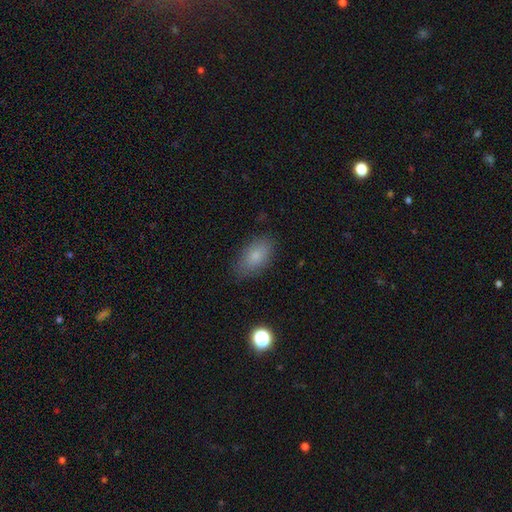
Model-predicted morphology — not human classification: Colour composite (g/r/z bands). It shows a smooth galaxy with no disk features (81%) that is in between round and cigar-shaped (90%). Merging: none (81%).